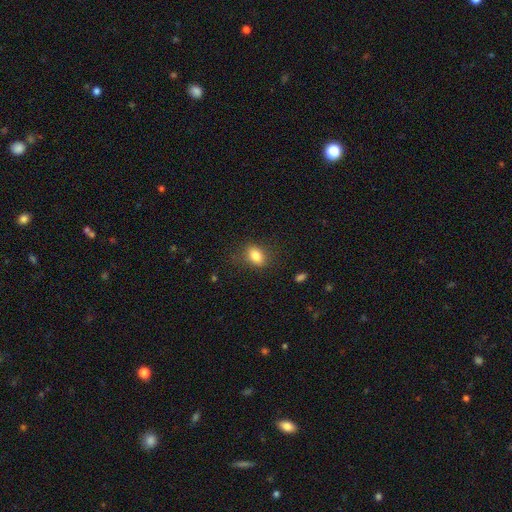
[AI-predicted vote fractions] Smooth or featured? smooth (83%)
How rounded? in between (75%)
Merging? none (77%)